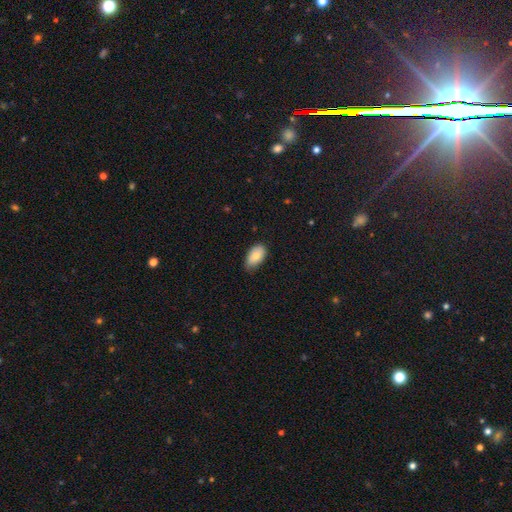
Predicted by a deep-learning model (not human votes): The model was most divided on "merging": none: 64%, minor disturbance: 31%, major disturbance: 4%, merger: 1%. More confident: how rounded — in between (94%); smooth or featured — smooth (85%).